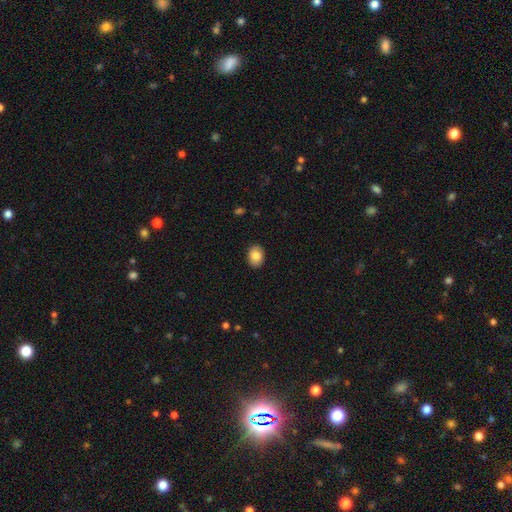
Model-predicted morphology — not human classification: Smooth or featured? Predicted: smooth (p=0.86). How rounded? Predicted: in between (p=0.67). Merging? Predicted: none (p=0.89).